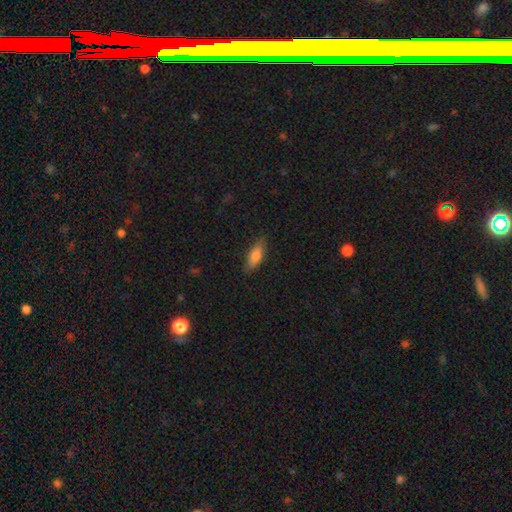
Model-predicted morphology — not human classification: Overall: smooth (79%). How rounded: in between (65%; cigar-shaped 33%). Merging: none (83%).